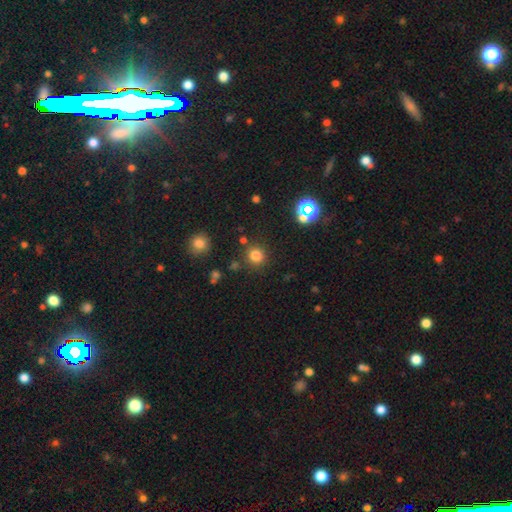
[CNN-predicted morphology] The model was most divided on "smooth or featured": smooth: 78%, star or artifact: 16%, featured or disk: 5%. More confident: how rounded — round (89%); merging — none (84%).